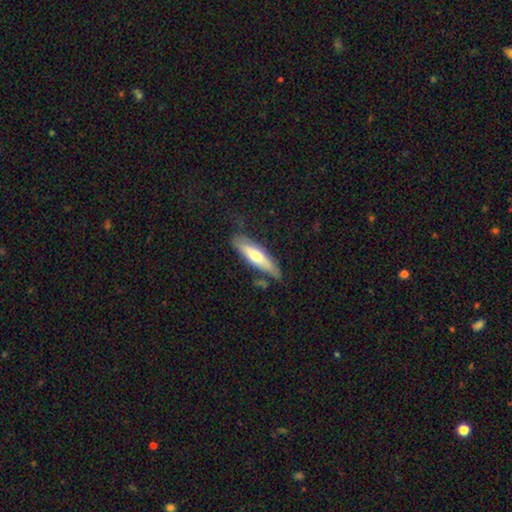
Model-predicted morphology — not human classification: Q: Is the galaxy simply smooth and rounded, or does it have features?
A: smooth — 56%.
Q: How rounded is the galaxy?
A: cigar-shaped — 65%.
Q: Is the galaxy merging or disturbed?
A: none — 68%.